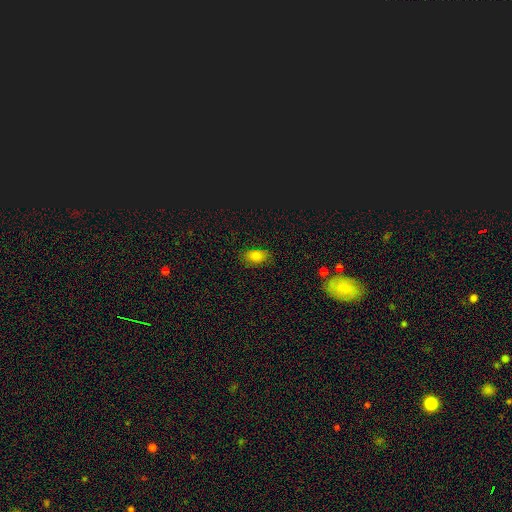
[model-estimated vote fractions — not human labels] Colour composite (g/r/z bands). It shows a smooth galaxy with no disk features (78%) that is in between round and cigar-shaped (87%). Merging: none (81%).